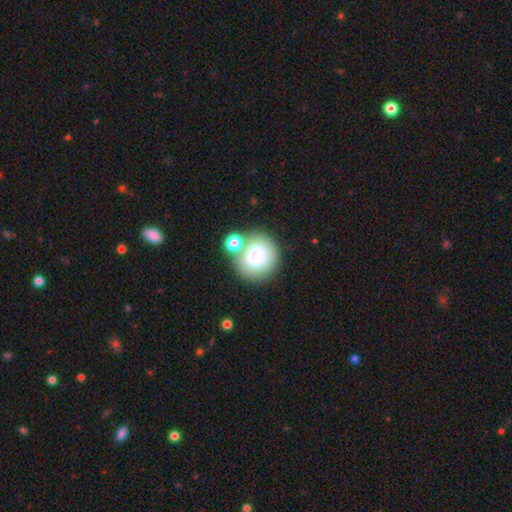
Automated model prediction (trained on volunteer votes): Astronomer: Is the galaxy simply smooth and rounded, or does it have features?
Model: smooth — 73%.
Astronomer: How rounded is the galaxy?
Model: round — 85%.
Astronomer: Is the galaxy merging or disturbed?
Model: none — 51% (runner-up: merger, 27%).